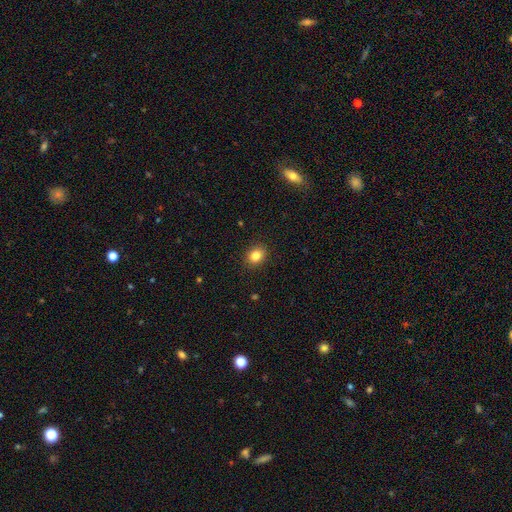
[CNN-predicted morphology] type=smooth (84%); roundness=round (57%); merging=none (90%).